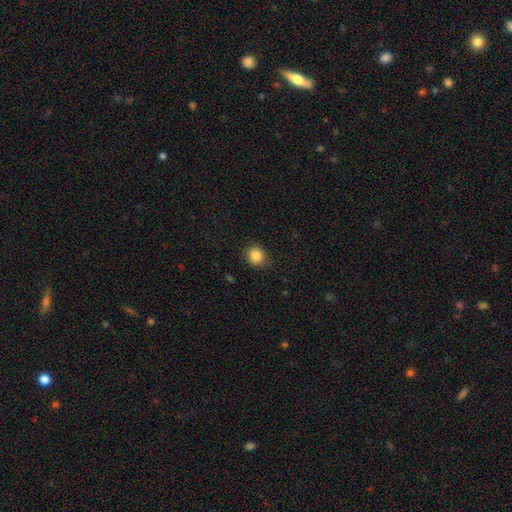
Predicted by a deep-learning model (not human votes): smooth-or-featured: smooth: 86% | star or artifact: 10% | featured or disk: 4%
  how-rounded: round: 83% | in between: 16% | cigar-shaped: 1%
  merging: none: 86% | minor disturbance: 10% | major disturbance: 3% | merger: 1%